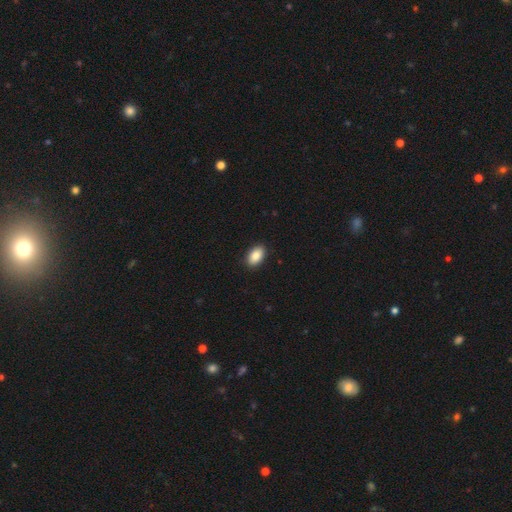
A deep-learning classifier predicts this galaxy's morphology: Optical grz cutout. It shows a smooth galaxy with no disk features (87%) that is in between round and cigar-shaped (93%). Merging: none (90%).